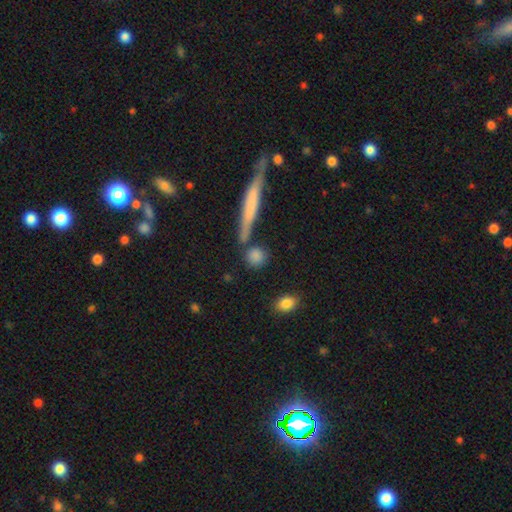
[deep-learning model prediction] Q: Smooth or featured?
A: smooth (82%); runner-up: featured or disk (9%)
Q: How rounded?
A: round (74%); runner-up: in between (15%)
Q: Merging?
A: none (74%); runner-up: minor disturbance (11%)